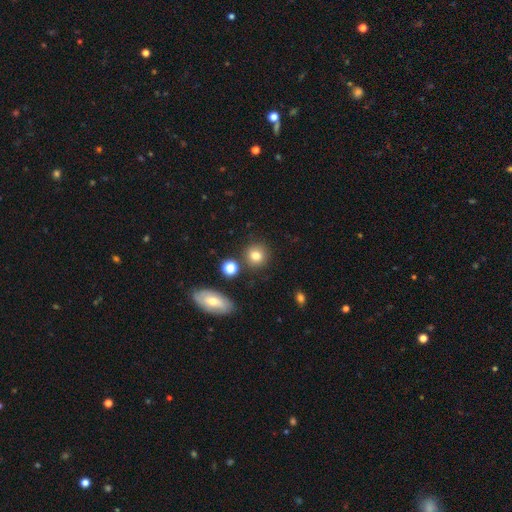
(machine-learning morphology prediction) smooth_or_featured: smooth (p=0.79) [alt: star or artifact p=0.12]
how_rounded: round (p=0.85) [alt: in between p=0.14]
merging: none (p=0.82) [alt: minor disturbance p=0.09]